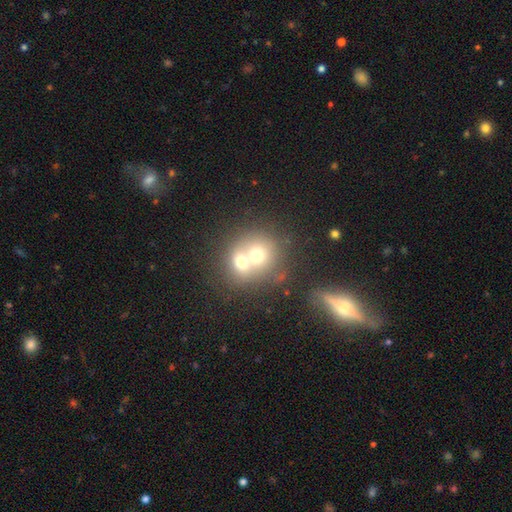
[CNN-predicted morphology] Smooth or featured: smooth — 60% (featured or disk — 28%)
How rounded: round — 76% (in between — 22%)
Merging: merger — 66% (none — 25%)